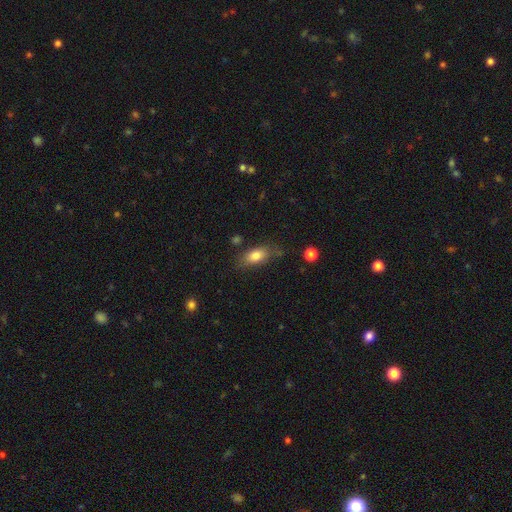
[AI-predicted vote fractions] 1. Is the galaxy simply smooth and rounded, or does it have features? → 79% smooth, 13% featured or disk, 8% star or artifact.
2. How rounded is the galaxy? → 82% in between, 12% cigar-shaped, 6% round.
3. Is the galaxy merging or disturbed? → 69% none, 21% minor disturbance, 6% major disturbance, 4% merger.